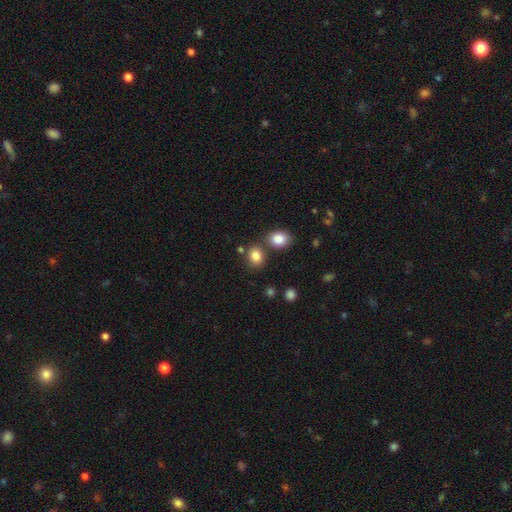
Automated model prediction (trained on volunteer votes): Overall: smooth (84%). How rounded: round (55%; in between 44%). Merging: none (67%).